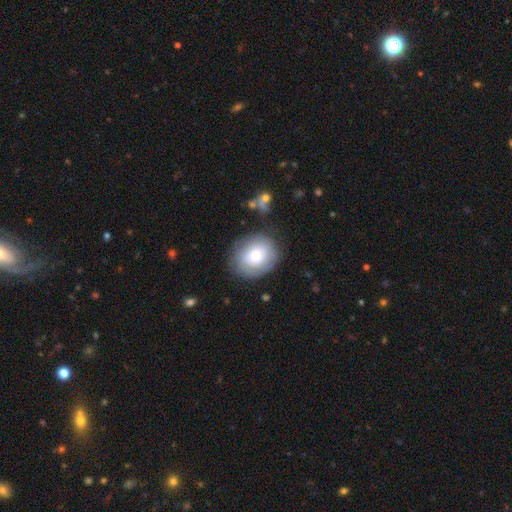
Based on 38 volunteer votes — smooth 68%, featured or disk 29%, star or artifact 3%. Down the decision tree: how rounded — round (77%); merging — none (81%).